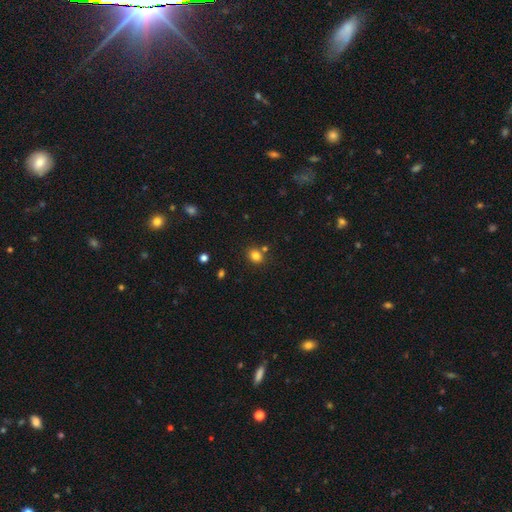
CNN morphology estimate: A smooth galaxy with no disk features (81%) that is round (63%). Merging: none (75%).